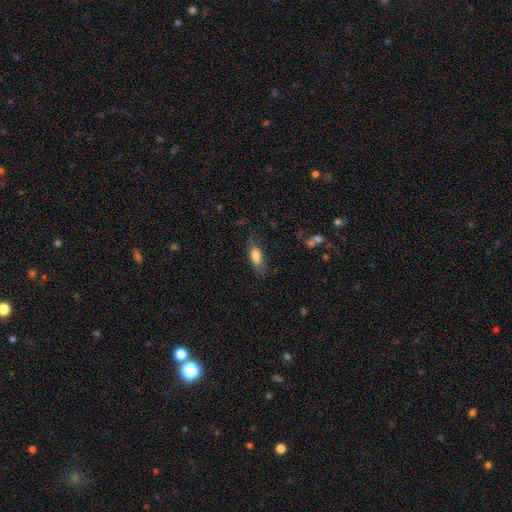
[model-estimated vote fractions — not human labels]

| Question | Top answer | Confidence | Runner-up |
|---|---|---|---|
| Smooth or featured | smooth | 78% | featured or disk (14%) |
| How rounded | in between | 76% | cigar-shaped (21%) |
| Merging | none | 64% | minor disturbance (23%) |